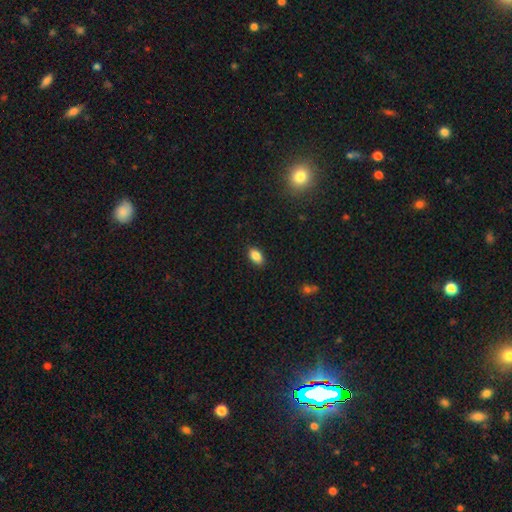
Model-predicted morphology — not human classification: This is clearly a smooth galaxy (86%). How rounded: clearly in between (90%). Merging: clearly none (88%).